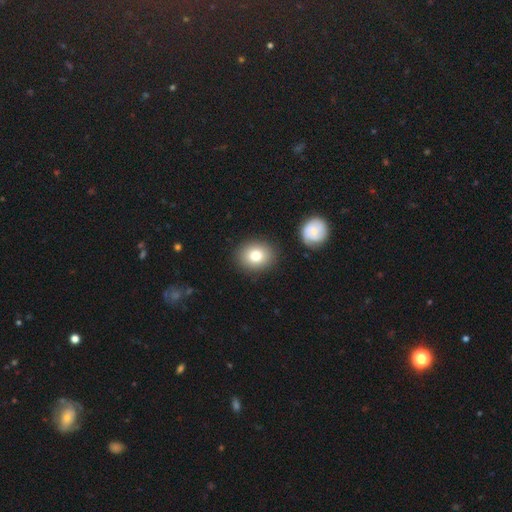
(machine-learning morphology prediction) This appears to be a smooth galaxy with no disk features (80%) that is round (64%). Merging: none (87%).